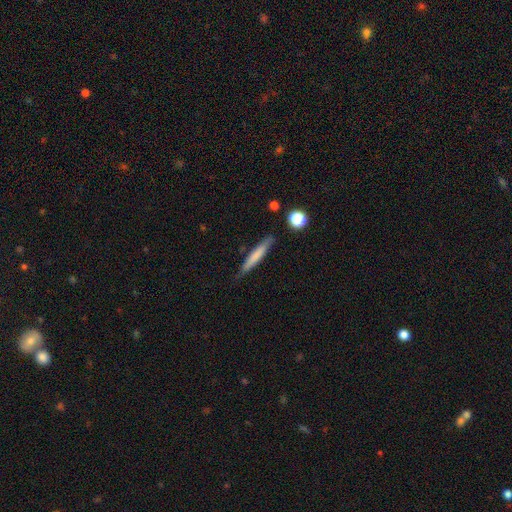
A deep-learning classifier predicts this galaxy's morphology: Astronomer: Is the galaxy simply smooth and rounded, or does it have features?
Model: smooth — 67%.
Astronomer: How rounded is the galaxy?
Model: cigar-shaped — 93%.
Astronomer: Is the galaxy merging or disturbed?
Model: none — 82%.